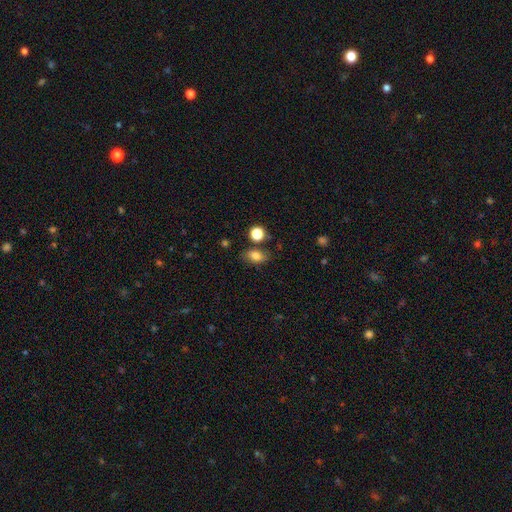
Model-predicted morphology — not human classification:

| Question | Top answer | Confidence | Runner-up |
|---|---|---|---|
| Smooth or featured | smooth | 80% | star or artifact (11%) |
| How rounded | in between | 79% | round (18%) |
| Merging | none | 74% | minor disturbance (15%) |